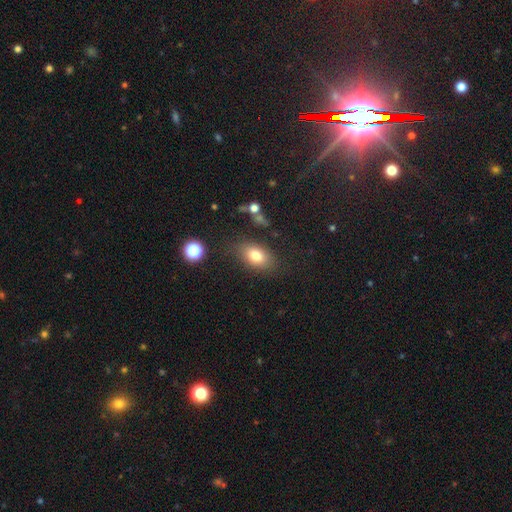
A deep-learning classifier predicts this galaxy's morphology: A smooth galaxy with no disk features (79%) that is in between round and cigar-shaped (84%).

Vote fractions:
- Smooth or featured? smooth: 79% / featured or disk: 11% / star or artifact: 10%
- How rounded? in between: 84% / round: 13% / cigar-shaped: 3%
- Merging? none: 77% / minor disturbance: 14% / major disturbance: 5% / merger: 3%